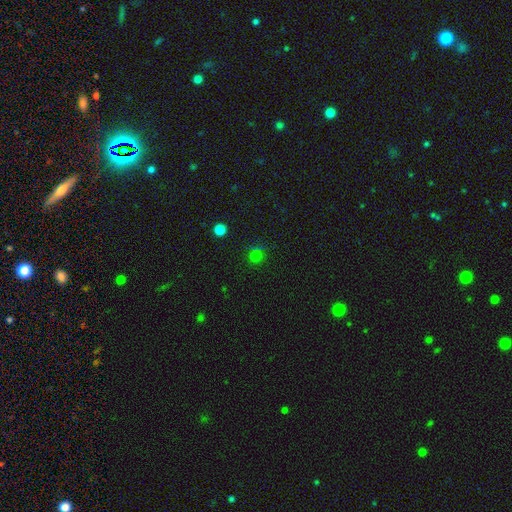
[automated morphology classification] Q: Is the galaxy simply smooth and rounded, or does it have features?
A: smooth — 68%.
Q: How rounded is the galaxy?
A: round — 91%.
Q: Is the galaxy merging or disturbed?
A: none — 79%.